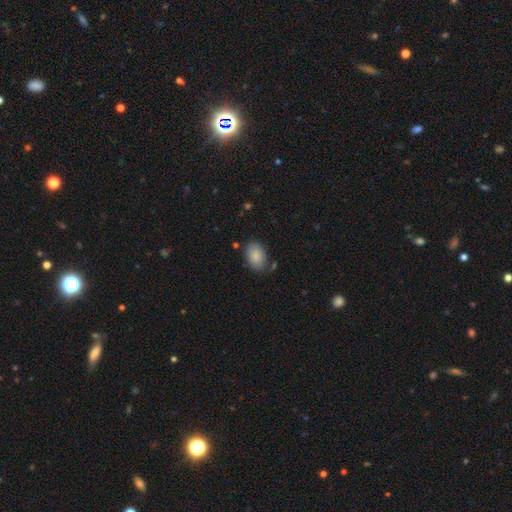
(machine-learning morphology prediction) Smooth or featured? Predicted: smooth (p=0.88). How rounded? Predicted: in between (p=0.88). Merging? Predicted: none (p=0.78).